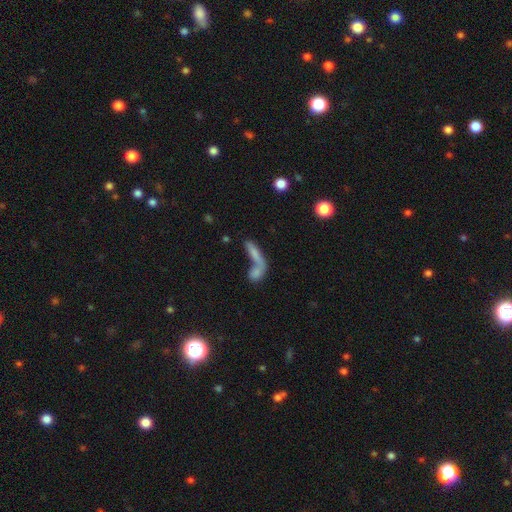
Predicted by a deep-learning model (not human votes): A smooth galaxy with no disk features (67%) that is cigar-shaped (60%).

Vote fractions:
- Smooth or featured? smooth: 67% / featured or disk: 22% / star or artifact: 12%
- How rounded? cigar-shaped: 60% / in between: 33% / round: 7%
- Merging? merger: 55% / none: 30% / minor disturbance: 8% / major disturbance: 7%